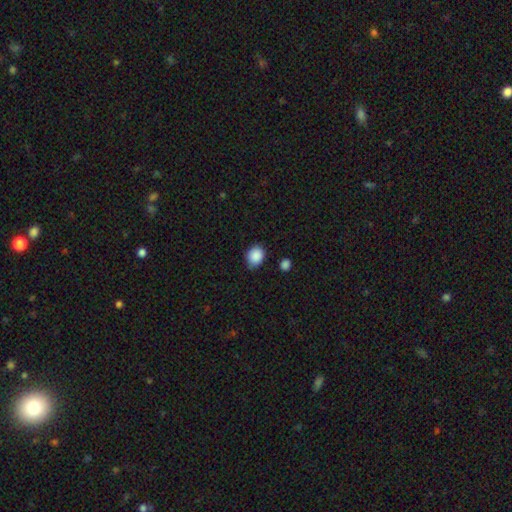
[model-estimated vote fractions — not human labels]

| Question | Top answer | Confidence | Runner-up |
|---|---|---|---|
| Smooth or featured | smooth | 88% | star or artifact (8%) |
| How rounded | round | 57% | in between (43%) |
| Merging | none | 76% | minor disturbance (18%) |